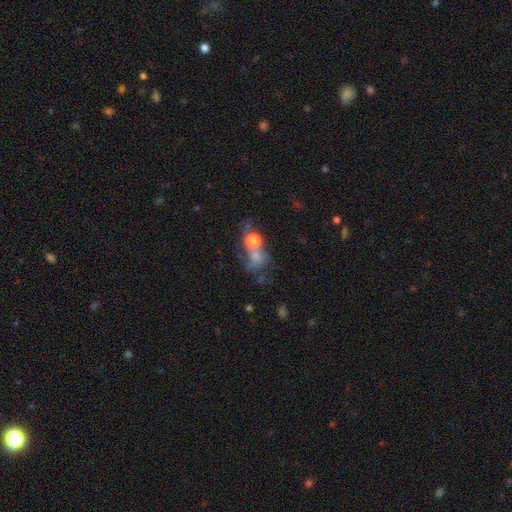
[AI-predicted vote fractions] This appears to be a smooth galaxy with no disk features (44%). Merging: merger (37%).